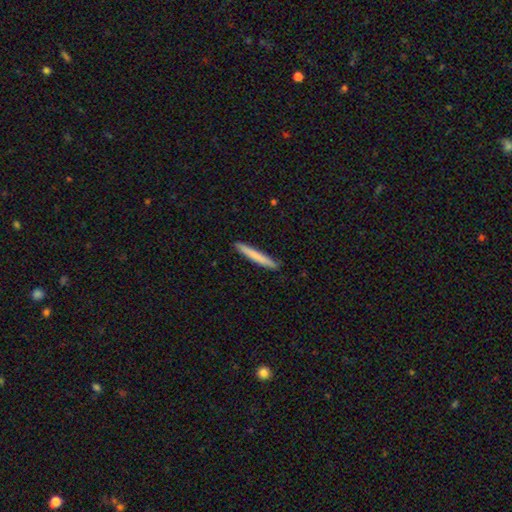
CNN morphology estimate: smooth 74%, featured or disk 21%, star or artifact 5%. Down the decision tree: how rounded — cigar-shaped (96%); merging — none (90%).